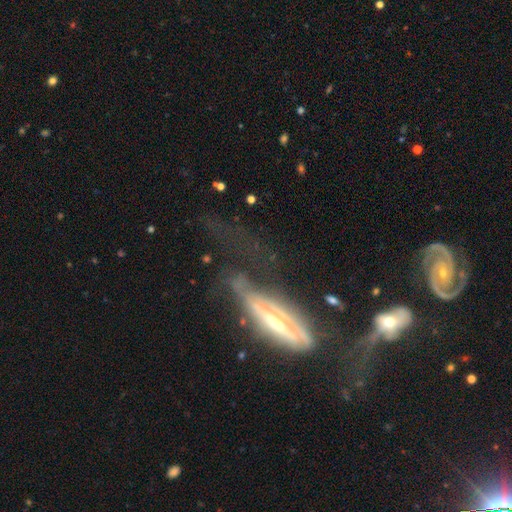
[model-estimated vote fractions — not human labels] Smooth or featured? featured or disk (63%)
Edge-on disk? no (68%)
Merging? major disturbance (44%)